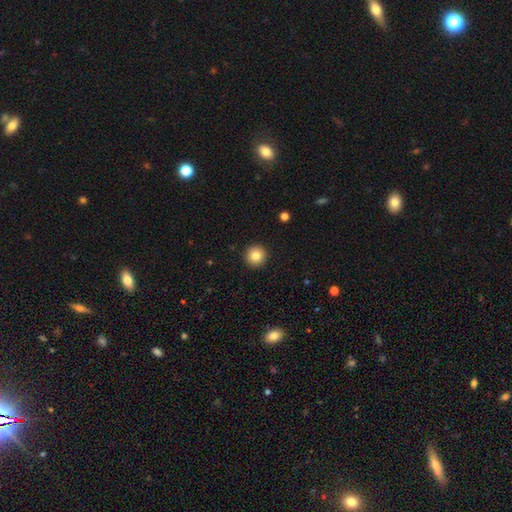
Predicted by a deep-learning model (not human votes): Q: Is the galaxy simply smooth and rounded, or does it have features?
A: smooth — 82%.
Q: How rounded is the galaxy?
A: round — 96%.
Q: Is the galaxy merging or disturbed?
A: none — 93%.